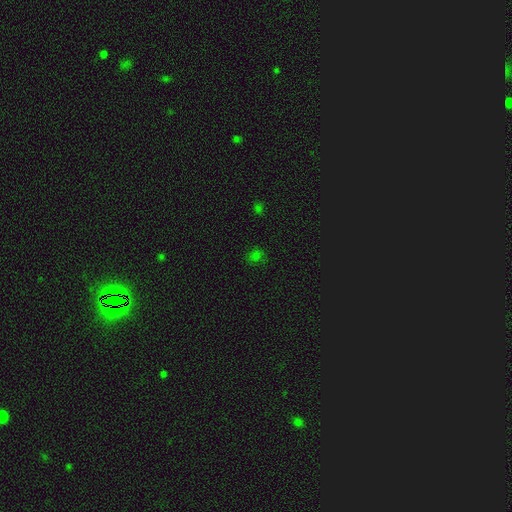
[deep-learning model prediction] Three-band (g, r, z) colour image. It shows a smooth galaxy with no disk features (66%) that is round (66%). Merging: none (79%).